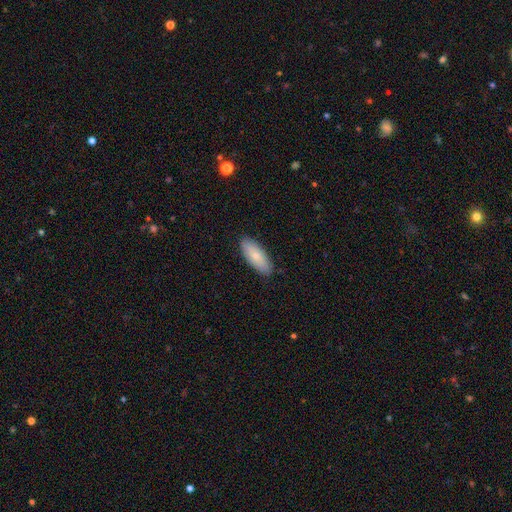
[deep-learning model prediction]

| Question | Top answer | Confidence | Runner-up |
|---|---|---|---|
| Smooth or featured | smooth | 77% | featured or disk (17%) |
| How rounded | in between | 75% | cigar-shaped (23%) |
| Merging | none | 88% | minor disturbance (9%) |